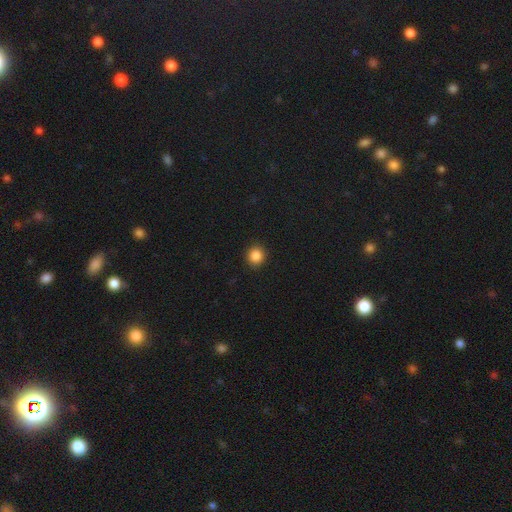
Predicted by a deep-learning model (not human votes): A smooth galaxy with no disk features (86%) that is round (92%). Merging: none (93%).